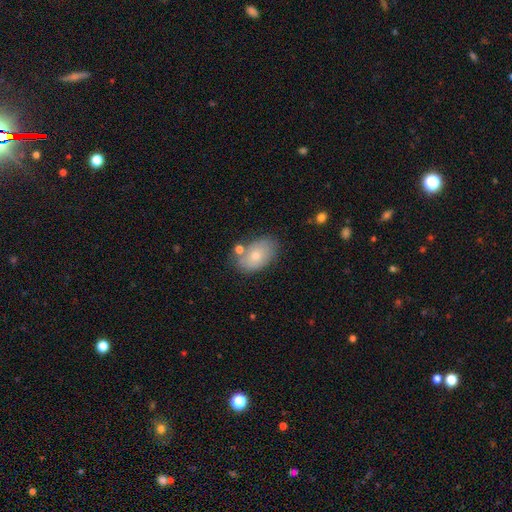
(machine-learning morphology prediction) A smooth galaxy with no disk features (70%) that is in between round and cigar-shaped (88%). Merging: none (67%).